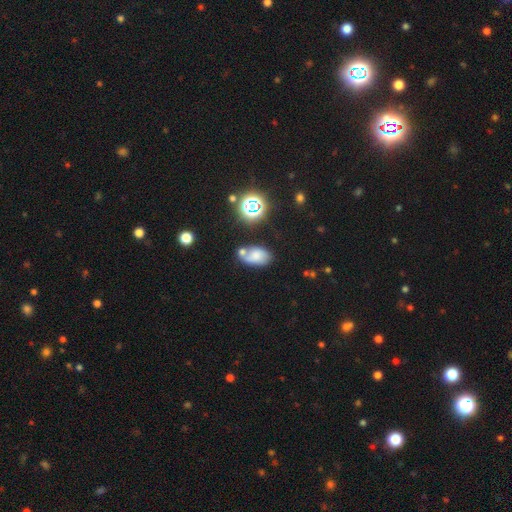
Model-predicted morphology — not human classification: Smooth or featured?
  - smooth: 63% *
  - featured or disk: 20%
  - star or artifact: 17%
How rounded?
  - in between: 87% *
  - round: 11%
  - cigar-shaped: 2%
Merging?
  - none: 45% *
  - merger: 27%
  - minor disturbance: 19%
  - major disturbance: 9%